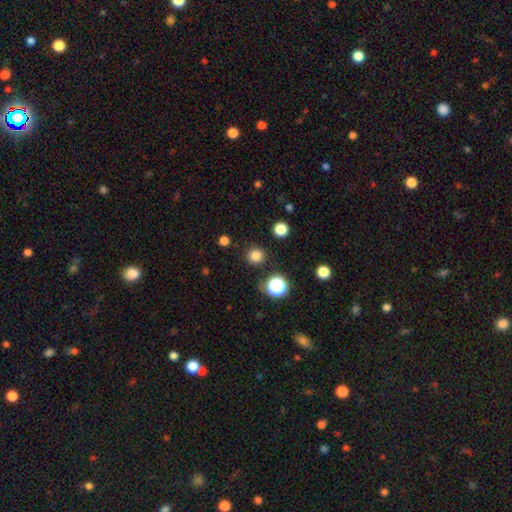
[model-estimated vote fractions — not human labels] Smooth or featured? smooth (82%)
How rounded? round (94%)
Merging? none (90%)